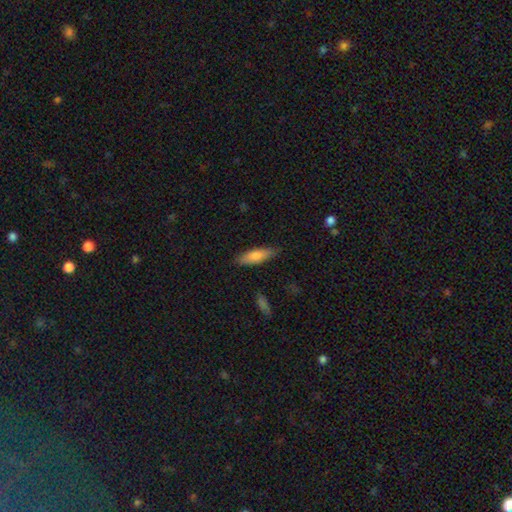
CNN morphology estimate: Q: Smooth or featured?
A: smooth (77%); runner-up: featured or disk (17%)
Q: How rounded?
A: cigar-shaped (51%); runner-up: in between (47%)
Q: Merging?
A: none (85%); runner-up: minor disturbance (11%)